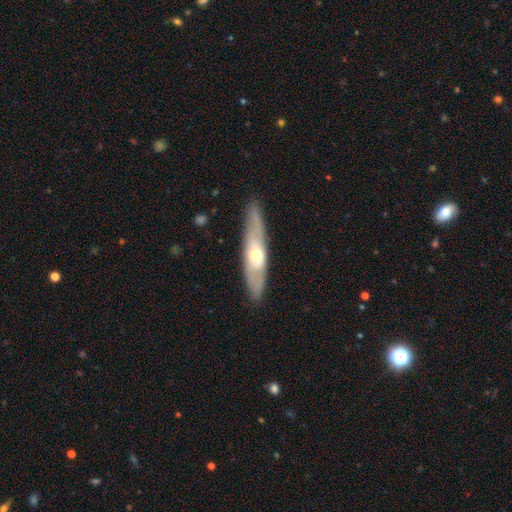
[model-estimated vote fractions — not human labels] Smooth or featured? featured or disk (54%)
Edge-on disk? yes (56%)
Merging? none (85%)